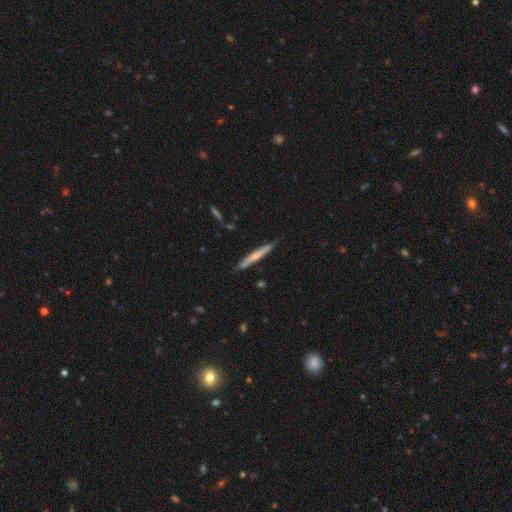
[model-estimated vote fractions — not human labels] smooth_or_featured: featured or disk (p=0.51) [alt: smooth p=0.43]
disk_edge_on: yes (p=0.96) [alt: no p=0.04]
merging: none (p=0.85) [alt: minor disturbance p=0.11]